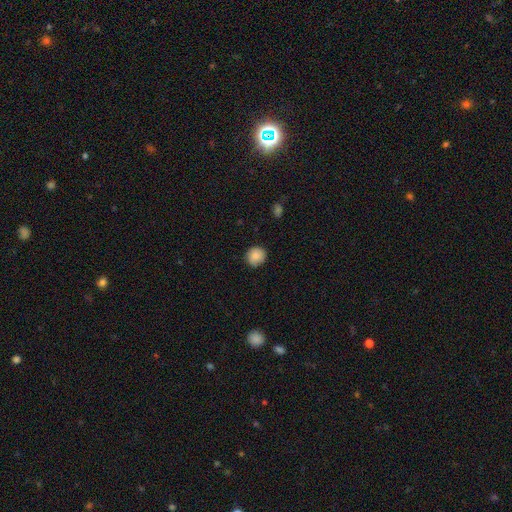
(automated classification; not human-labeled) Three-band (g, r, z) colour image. It shows a smooth galaxy with no disk features (86%) that is round (88%). Merging: none (85%).